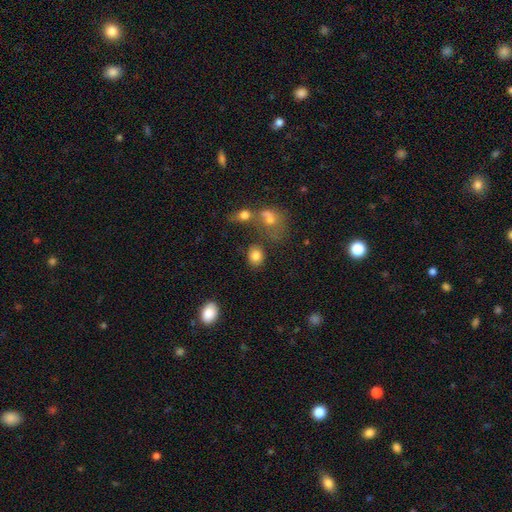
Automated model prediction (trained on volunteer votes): Q: Smooth or featured?
A: smooth (82%); runner-up: star or artifact (10%)
Q: How rounded?
A: round (55%); runner-up: in between (44%)
Q: Merging?
A: none (71%); runner-up: minor disturbance (13%)